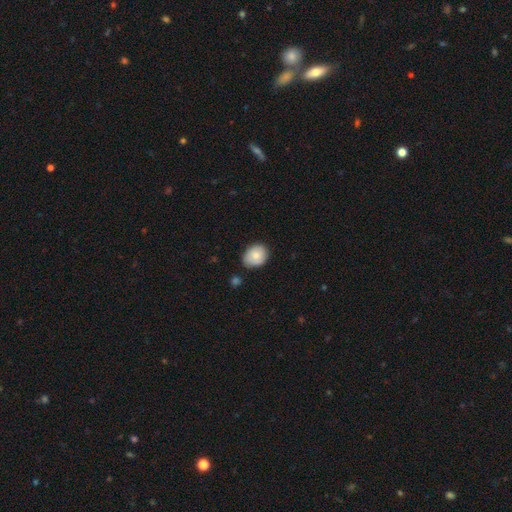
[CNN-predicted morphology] A smooth galaxy with no disk features (77%) that is in between round and cigar-shaped (54%). Merging: none (76%).